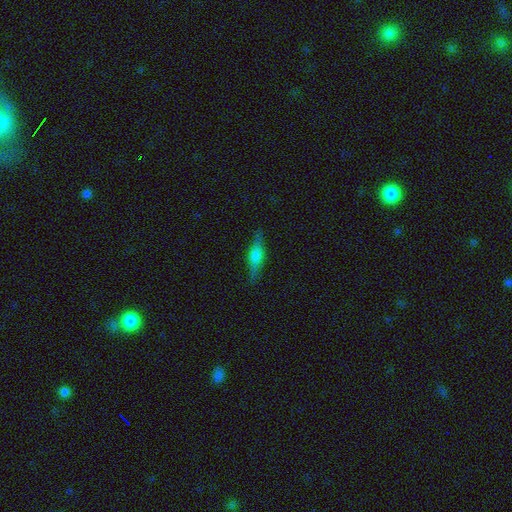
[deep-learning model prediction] Overall: featured or disk (54%; smooth 37%). Edge-on disk: yes (95%). Edge-on bulge: rounded (76%). Merging: none (85%).